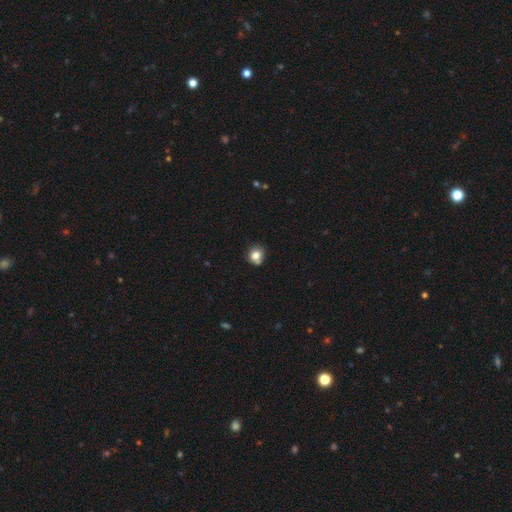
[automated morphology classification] This is likely a smooth galaxy (79%). How rounded: clearly round (81%). Merging: likely none (68%).